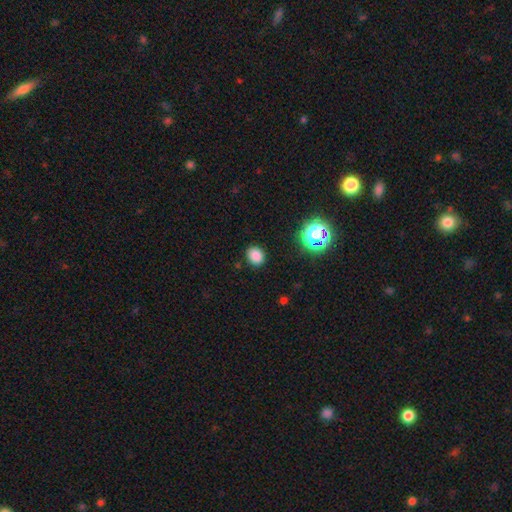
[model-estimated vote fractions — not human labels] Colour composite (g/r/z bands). It shows a smooth galaxy with no disk features (82%) that is round (60%). Merging: none (88%).